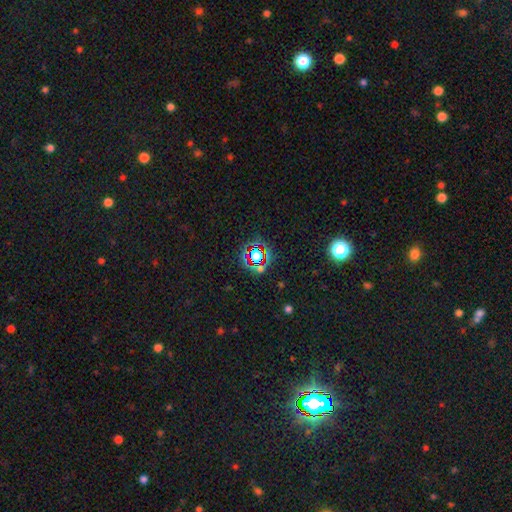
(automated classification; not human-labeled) smooth_or_featured: star or artifact (p=0.69) [alt: smooth p=0.21]